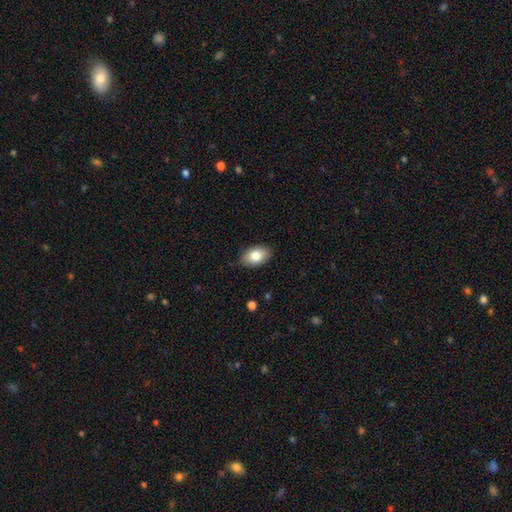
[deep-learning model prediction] This appears to be a smooth galaxy with no disk features (81%) that is in between round and cigar-shaped (91%). Merging: none (88%).